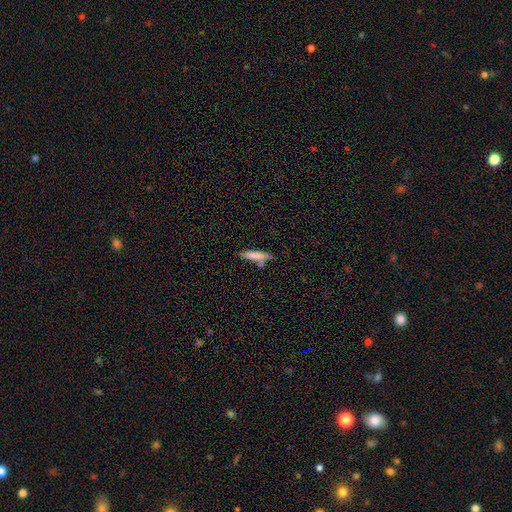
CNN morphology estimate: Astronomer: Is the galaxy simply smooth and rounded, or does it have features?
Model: smooth — 78%.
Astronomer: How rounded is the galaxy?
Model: cigar-shaped — 80%.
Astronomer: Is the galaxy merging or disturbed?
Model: none — 65%.